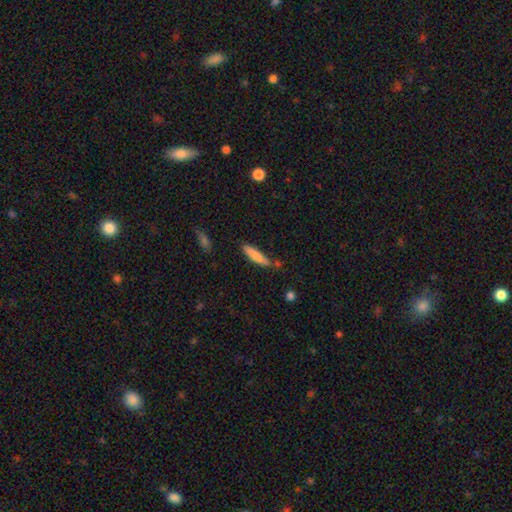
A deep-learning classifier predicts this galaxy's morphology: Smooth or featured?
  - smooth: 75% *
  - featured or disk: 19%
  - star or artifact: 6%
How rounded?
  - cigar-shaped: 78% *
  - in between: 20%
  - round: 2%
Merging?
  - none: 76% *
  - minor disturbance: 16%
  - merger: 6%
  - major disturbance: 3%